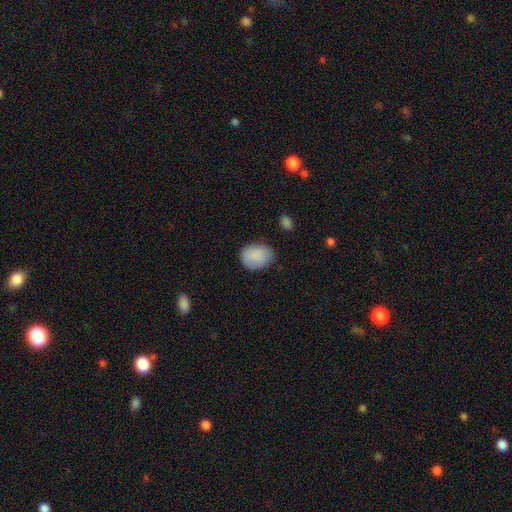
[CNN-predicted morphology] smooth_or_featured: smooth (p=0.88) [alt: star or artifact p=0.07]
how_rounded: in between (p=0.65) [alt: round p=0.34]
merging: none (p=0.77) [alt: minor disturbance p=0.18]